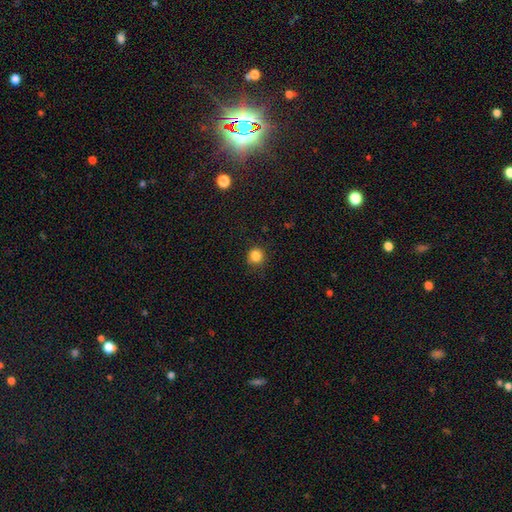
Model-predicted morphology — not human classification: The model was most divided on "smooth or featured": smooth: 85%, star or artifact: 12%, featured or disk: 4%. More confident: how rounded — round (92%); merging — none (88%).